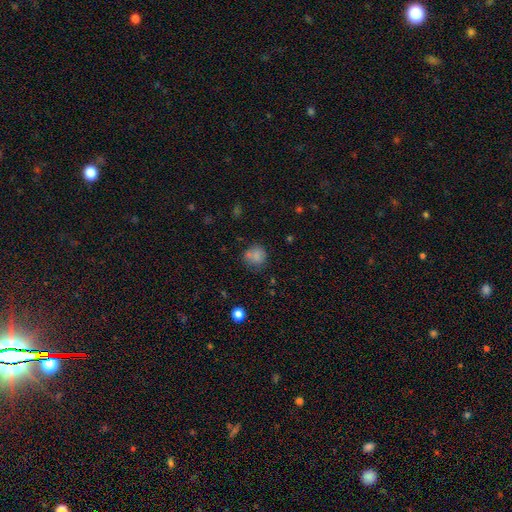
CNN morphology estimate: This is likely a smooth galaxy (78%). How rounded: likely round (80%). Merging: likely none (61%).